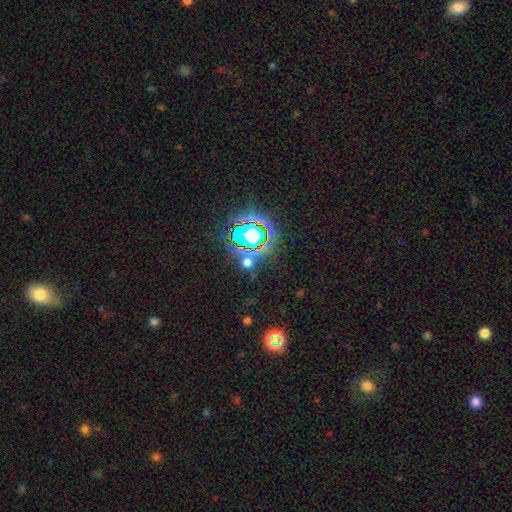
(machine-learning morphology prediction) smooth-or-featured: star or artifact: 70% | smooth: 18% | featured or disk: 11%